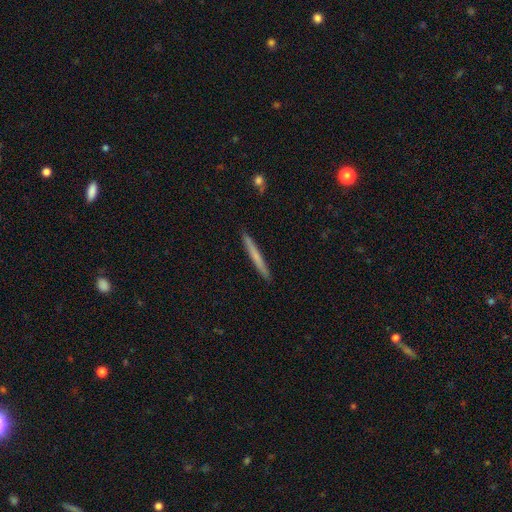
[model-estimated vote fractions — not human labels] Morphology: type=smooth (64%); roundness=cigar-shaped (97%); merging=none (92%).